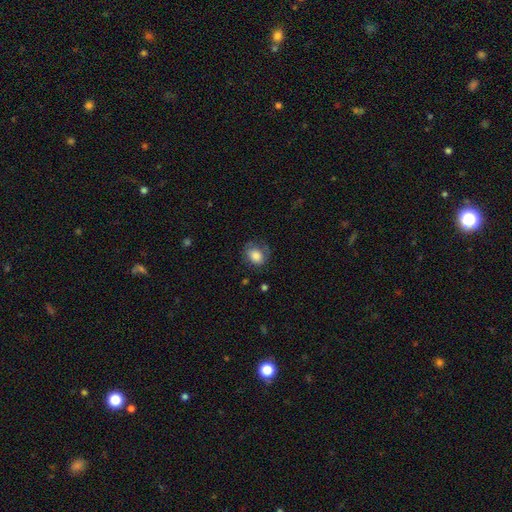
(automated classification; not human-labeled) Q: Smooth or featured?
A: smooth (81%); runner-up: featured or disk (11%)
Q: How rounded?
A: in between (52%); runner-up: round (47%)
Q: Merging?
A: none (60%); runner-up: minor disturbance (26%)